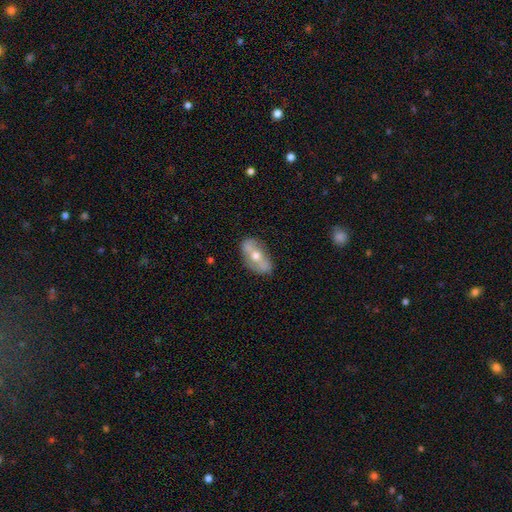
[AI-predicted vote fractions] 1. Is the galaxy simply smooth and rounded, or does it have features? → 61% featured or disk, 32% smooth, 7% star or artifact.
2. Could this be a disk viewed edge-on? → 78% no, 22% yes.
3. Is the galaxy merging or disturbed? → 80% none, 15% minor disturbance, 4% major disturbance, 2% merger.